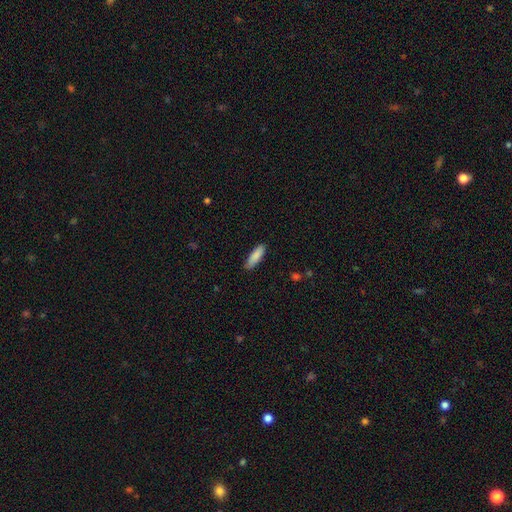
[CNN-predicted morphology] Smooth or featured? smooth (88%)
How rounded? cigar-shaped (55%)
Merging? none (85%)